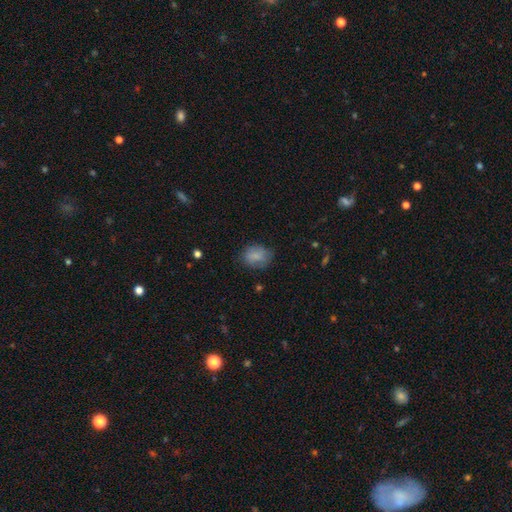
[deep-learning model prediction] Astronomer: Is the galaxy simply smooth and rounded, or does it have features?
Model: smooth — 81%.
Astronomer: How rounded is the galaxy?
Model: in between — 57% (runner-up: round, 41%).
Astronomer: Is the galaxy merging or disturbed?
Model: none — 71%.